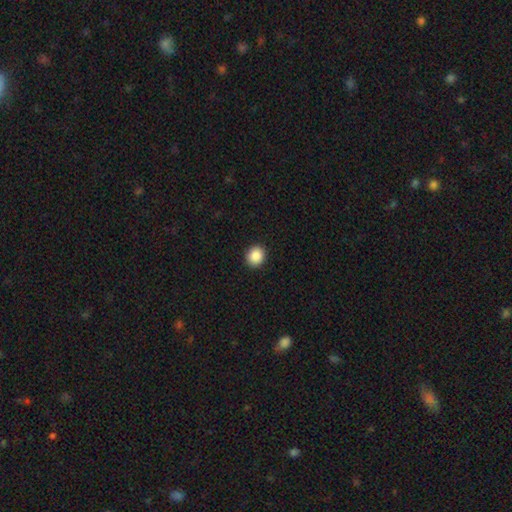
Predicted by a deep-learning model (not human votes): Smooth or featured? smooth (88%)
How rounded? round (83%)
Merging? none (92%)